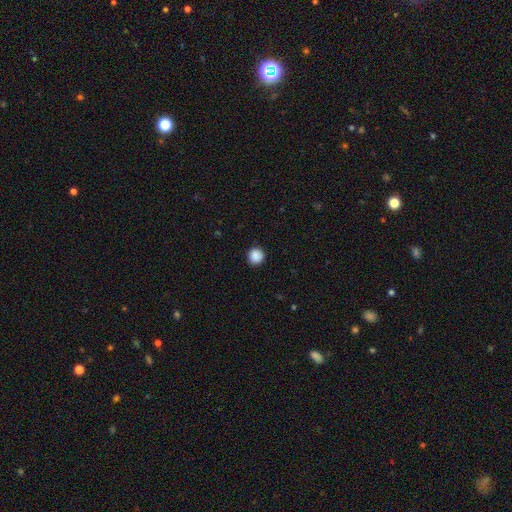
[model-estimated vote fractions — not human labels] Morphology: type=smooth (88%); roundness=round (94%); merging=none (91%).